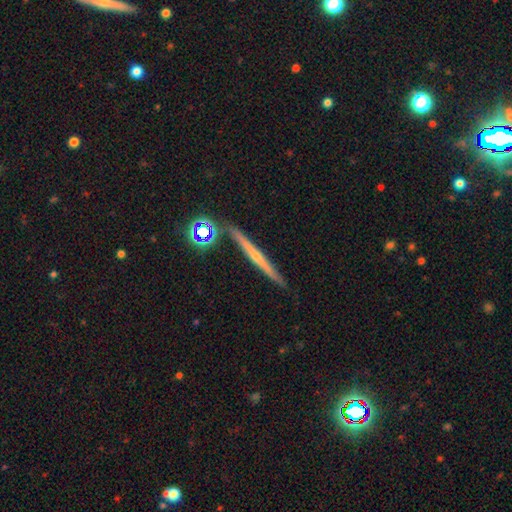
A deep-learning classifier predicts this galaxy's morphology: Smooth or featured?
  - featured or disk: 70% *
  - smooth: 20%
  - star or artifact: 10%
Edge-on disk?
  - yes: 97% *
  - no: 3%
Edge-on bulge?
  - rounded: 55% *
  - none: 37%
  - boxy: 8%
Merging?
  - none: 85% *
  - minor disturbance: 8%
  - merger: 4%
  - major disturbance: 2%